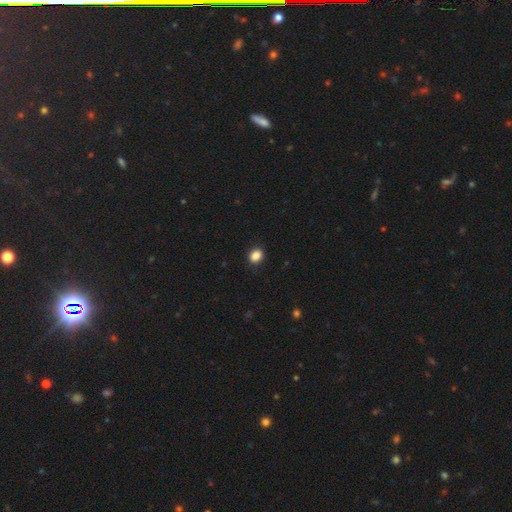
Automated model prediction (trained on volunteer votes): Smooth or featured?
  - smooth: 87% *
  - star or artifact: 10%
  - featured or disk: 3%
How rounded?
  - round: 54% *
  - in between: 45%
  - cigar-shaped: 1%
Merging?
  - none: 90% *
  - minor disturbance: 7%
  - major disturbance: 2%
  - merger: 1%